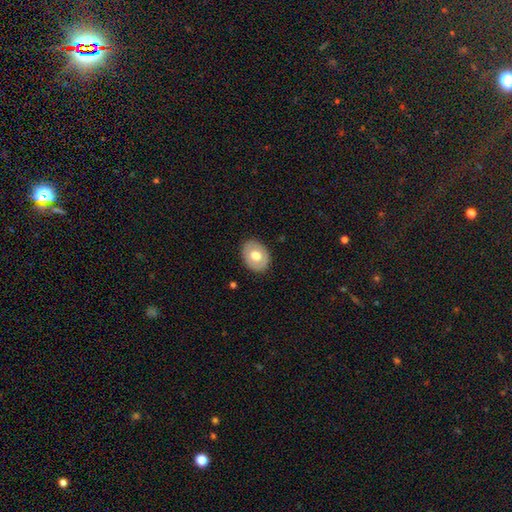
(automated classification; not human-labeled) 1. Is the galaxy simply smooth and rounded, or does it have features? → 62% smooth, 32% featured or disk, 6% star or artifact.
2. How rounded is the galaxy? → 63% in between, 37% round, 1% cigar-shaped.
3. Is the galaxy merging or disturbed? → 87% none, 10% minor disturbance, 2% major disturbance, 1% merger.